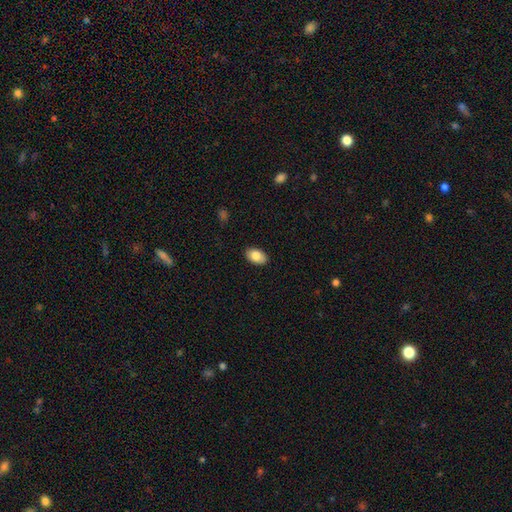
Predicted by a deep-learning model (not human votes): Smooth or featured: smooth — 84% (featured or disk — 9%)
How rounded: in between — 92% (round — 7%)
Merging: none — 88% (minor disturbance — 9%)